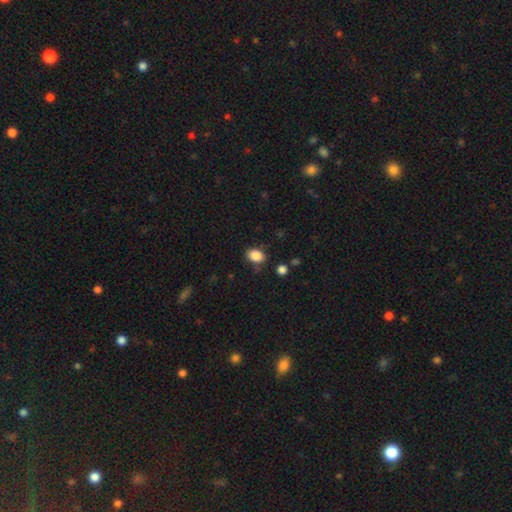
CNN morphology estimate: type=smooth (86%); roundness=in between (73%); merging=none (79%).